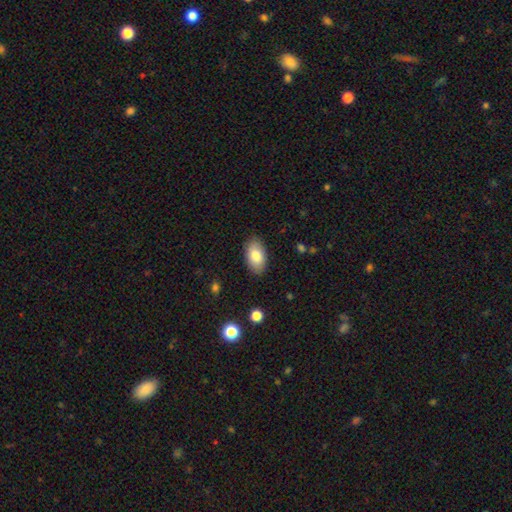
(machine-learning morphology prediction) Smooth or featured: smooth — 82% (featured or disk — 11%)
How rounded: in between — 94% (round — 4%)
Merging: none — 86% (minor disturbance — 10%)